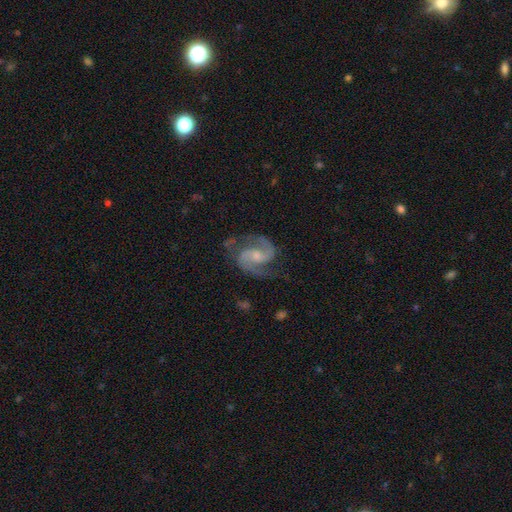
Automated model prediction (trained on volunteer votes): Q: Smooth or featured?
A: featured or disk (92%); runner-up: star or artifact (4%)
Q: Edge-on disk?
A: no (98%); runner-up: yes (2%)
Q: Bar?
A: weak (46%); runner-up: no (41%)
Q: Spiral arms?
A: yes (98%); runner-up: no (2%)
Q: Spiral winding?
A: medium (64%); runner-up: tight (18%)
Q: Spiral arm count?
A: 2 (93%); runner-up: 3 (2%)
Q: Bulge size?
A: small (43%); runner-up: moderate (42%)
Q: Merging?
A: none (75%); runner-up: minor disturbance (17%)